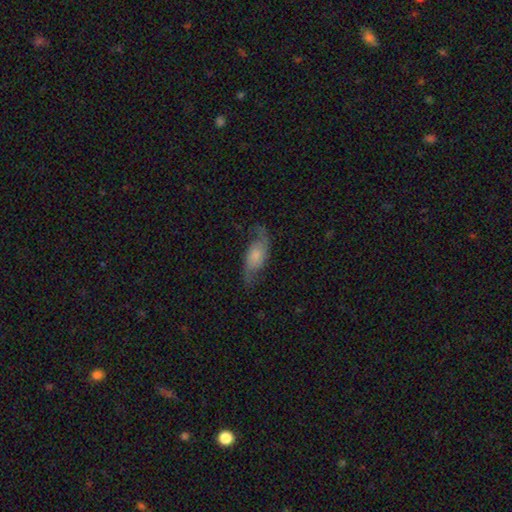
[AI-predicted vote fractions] featured or disk 63%, smooth 29%, star or artifact 8%. Down the decision tree: edge-on disk — no (91%); bar — no (68%); spiral arms — yes (91%); spiral arm count — 2 (89%); spiral winding — loose (64%); bulge size — moderate (32%); merging — none (68%).